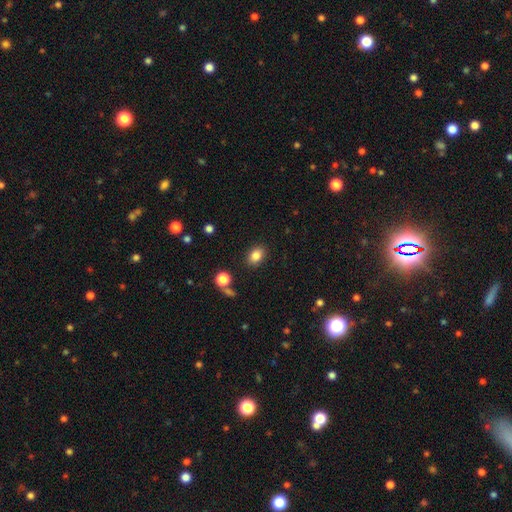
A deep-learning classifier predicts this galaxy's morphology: A smooth galaxy with no disk features (84%) that is in between round and cigar-shaped (71%).

Vote fractions:
- Smooth or featured? smooth: 84% / star or artifact: 10% / featured or disk: 6%
- How rounded? in between: 71% / round: 28% / cigar-shaped: 1%
- Merging? none: 85% / minor disturbance: 9% / major disturbance: 3% / merger: 3%